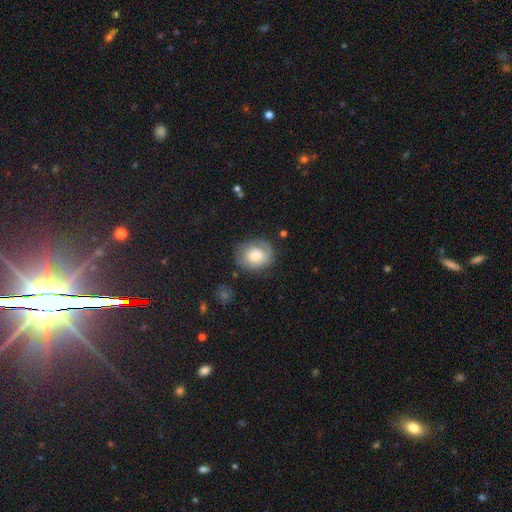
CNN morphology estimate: type=smooth (64%); roundness=round (60%); merging=none (70%).